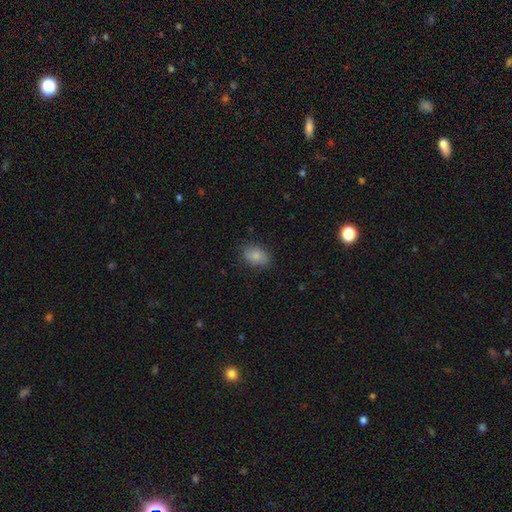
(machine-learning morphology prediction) Smooth or featured?
  - smooth: 83% *
  - featured or disk: 10%
  - star or artifact: 7%
How rounded?
  - in between: 85% *
  - round: 13%
  - cigar-shaped: 2%
Merging?
  - none: 82% *
  - minor disturbance: 14%
  - major disturbance: 3%
  - merger: 1%